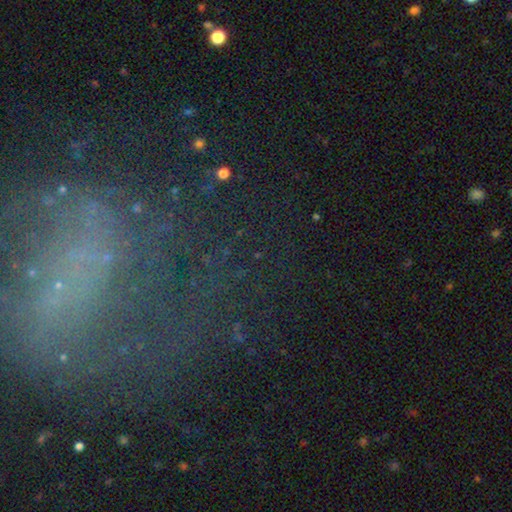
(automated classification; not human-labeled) Smooth or featured? featured or disk (46%)
Merging? none (59%)